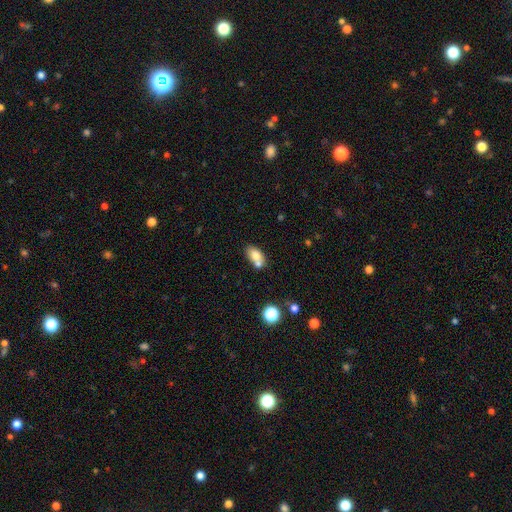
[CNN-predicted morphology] This appears to be a smooth galaxy with no disk features (75%) that is in between round and cigar-shaped (83%). Merging: none (42%, tied with merger).